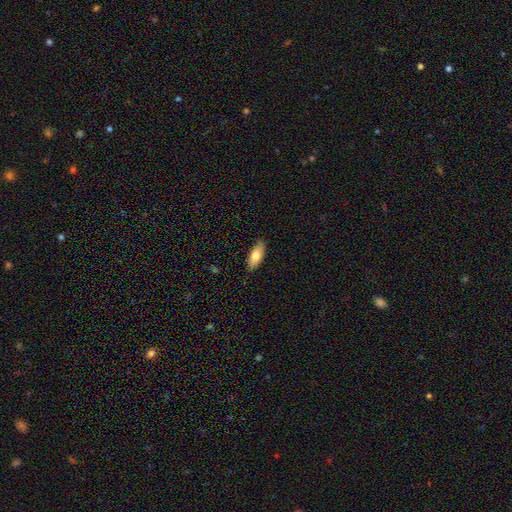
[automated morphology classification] Overall: smooth (74%). How rounded: in between (78%). Merging: none (85%).